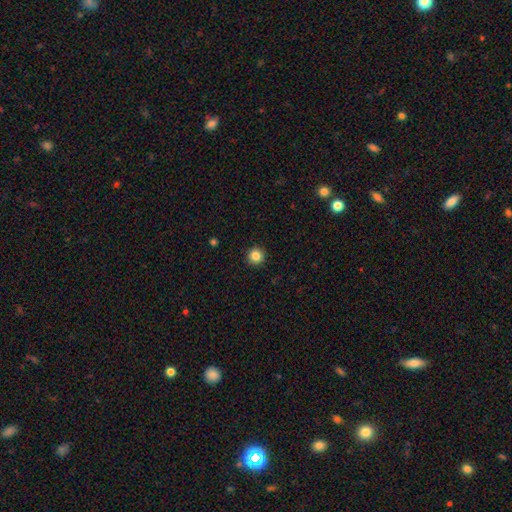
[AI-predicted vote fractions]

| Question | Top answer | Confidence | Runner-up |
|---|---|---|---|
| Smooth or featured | smooth | 85% | star or artifact (11%) |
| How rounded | round | 95% | in between (4%) |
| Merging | none | 93% | minor disturbance (5%) |